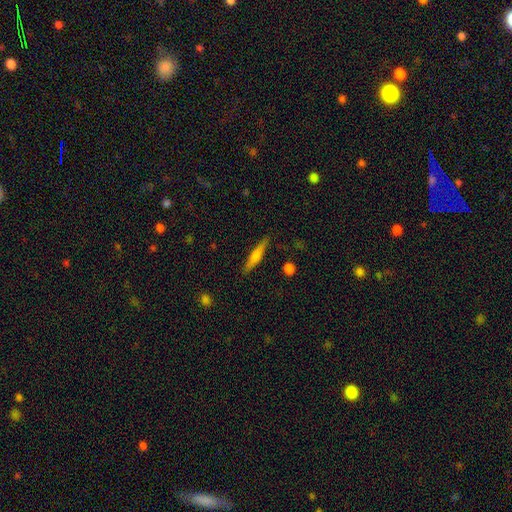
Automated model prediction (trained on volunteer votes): smooth-or-featured: smooth: 52% | featured or disk: 41% | star or artifact: 7%
  how-rounded: cigar-shaped: 89% | in between: 9% | round: 2%
  merging: none: 87% | minor disturbance: 9% | major disturbance: 2% | merger: 2%